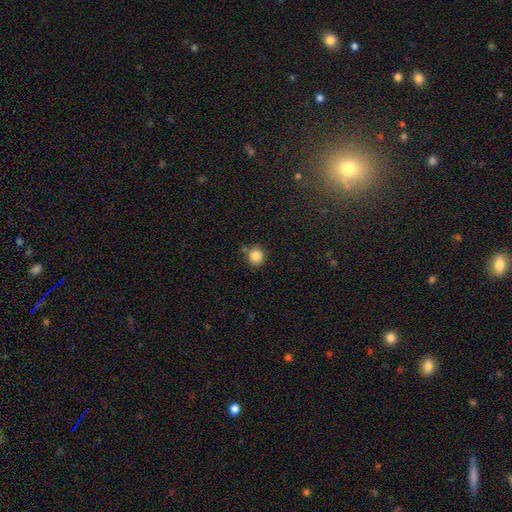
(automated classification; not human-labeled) A smooth galaxy with no disk features (85%) that is round (90%).

Vote fractions:
- Smooth or featured? smooth: 85% / star or artifact: 10% / featured or disk: 5%
- How rounded? round: 90% / in between: 9% / cigar-shaped: 1%
- Merging? none: 80% / minor disturbance: 11% / merger: 6% / major disturbance: 3%